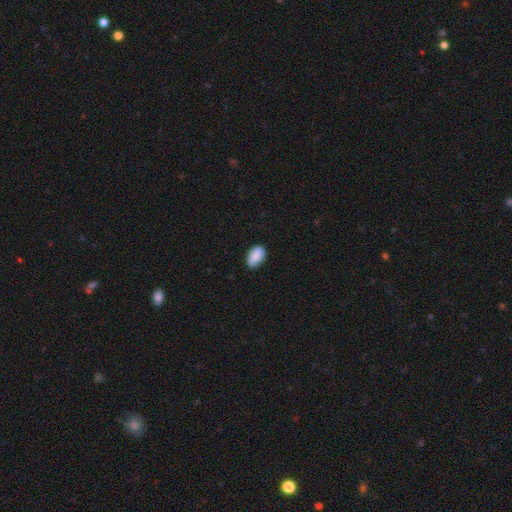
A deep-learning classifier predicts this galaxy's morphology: This appears to be a smooth galaxy with no disk features (89%) that is in between round and cigar-shaped (94%). Merging: none (84%).